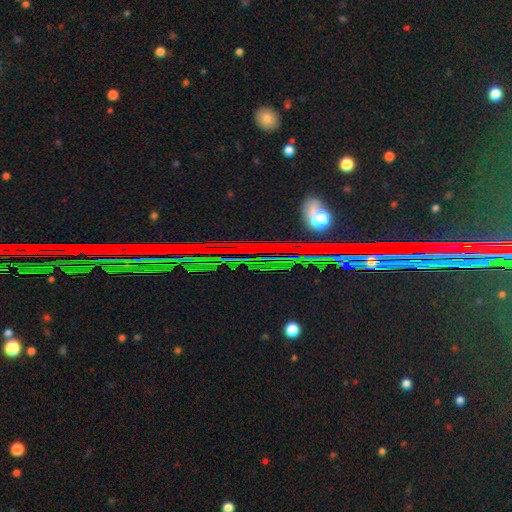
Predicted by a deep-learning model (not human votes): smooth-or-featured: star or artifact: 82% | featured or disk: 9% | smooth: 8%